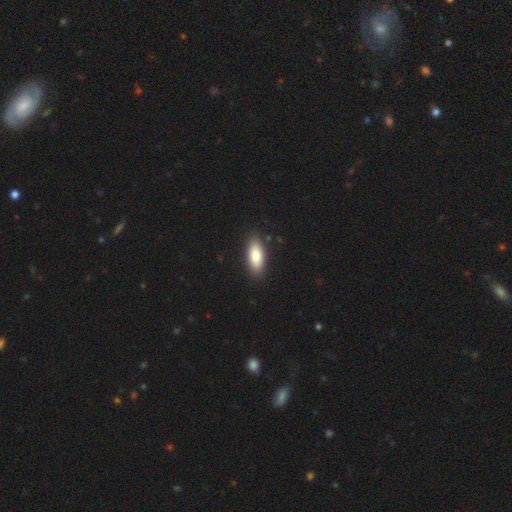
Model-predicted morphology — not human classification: Smooth or featured: smooth — 81% (featured or disk — 13%)
How rounded: in between — 80% (cigar-shaped — 18%)
Merging: none — 87% (minor disturbance — 9%)